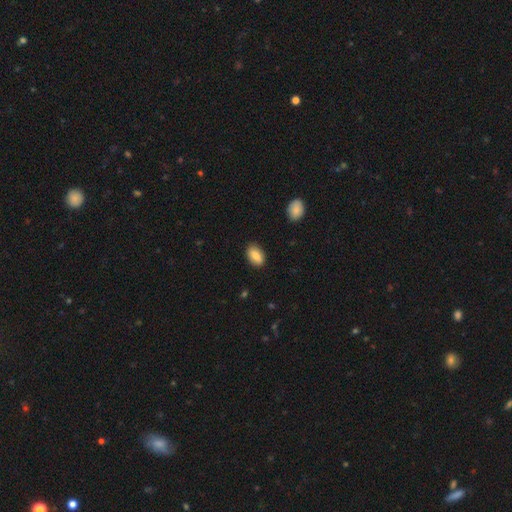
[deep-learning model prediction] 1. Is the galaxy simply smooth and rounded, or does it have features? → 85% smooth, 8% featured or disk, 7% star or artifact.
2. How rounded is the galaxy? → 90% in between, 8% round, 2% cigar-shaped.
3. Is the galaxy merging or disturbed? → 86% none, 10% minor disturbance, 2% major disturbance, 1% merger.